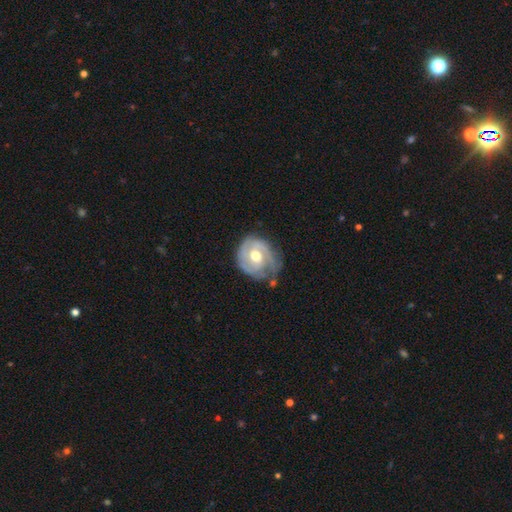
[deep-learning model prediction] The model was most divided on "bar": no: 57%, weak: 35%, strong: 8%. Remaining: edge-on disk — no (97%); spiral arms — yes (89%); smooth or featured — featured or disk (79%); bulge size — moderate (77%); spiral winding — tight (59%); merging — none (54%); spiral arm count — 2 (45%).